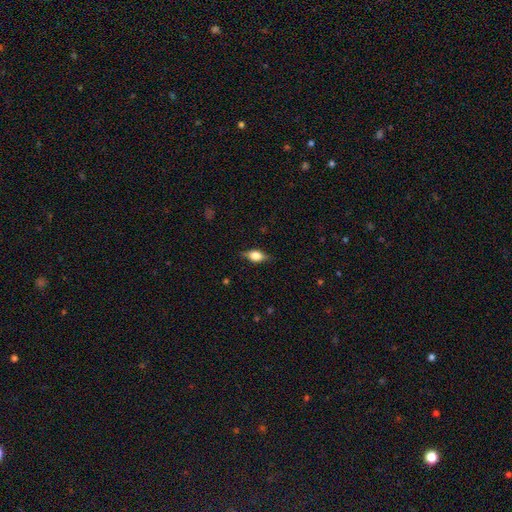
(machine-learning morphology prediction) smooth 57%, featured or disk 35%, star or artifact 8%. Down the decision tree: how rounded — in between (77%); merging — none (81%).